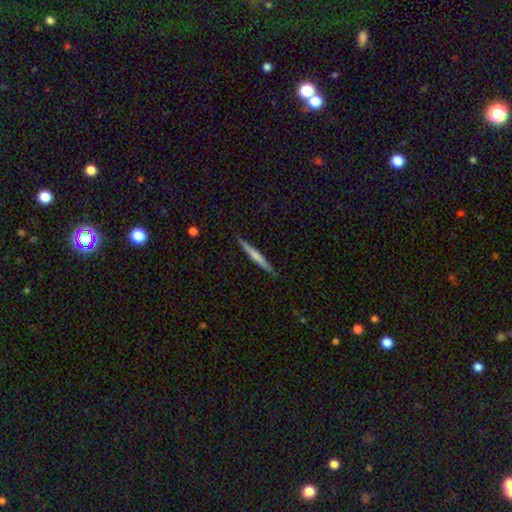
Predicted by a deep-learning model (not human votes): smooth-or-featured: smooth: 55% | featured or disk: 40% | star or artifact: 5%
  how-rounded: cigar-shaped: 96% | in between: 3% | round: 1%
  merging: none: 88% | minor disturbance: 9% | major disturbance: 2% | merger: 1%